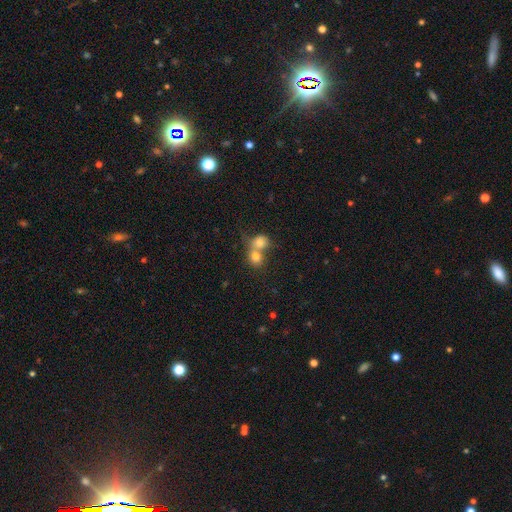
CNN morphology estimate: Smooth or featured?
  - smooth: 55% *
  - star or artifact: 29%
  - featured or disk: 16%
How rounded?
  - round: 71% *
  - in between: 25%
  - cigar-shaped: 3%
Merging?
  - merger: 54% *
  - none: 36%
  - minor disturbance: 6%
  - major disturbance: 4%